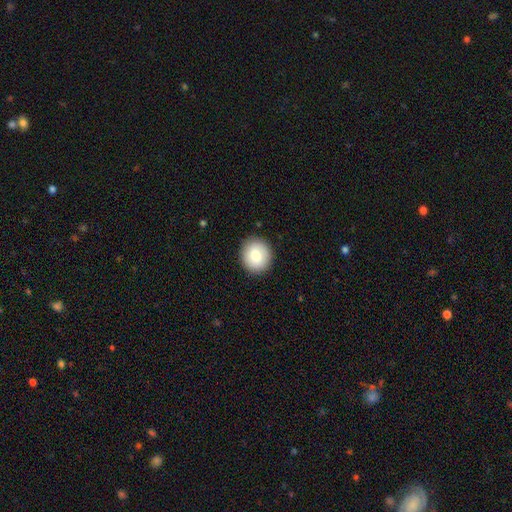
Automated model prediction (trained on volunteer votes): Q: Smooth or featured?
A: smooth (83%); runner-up: featured or disk (10%)
Q: How rounded?
A: round (81%); runner-up: in between (18%)
Q: Merging?
A: none (90%); runner-up: minor disturbance (7%)